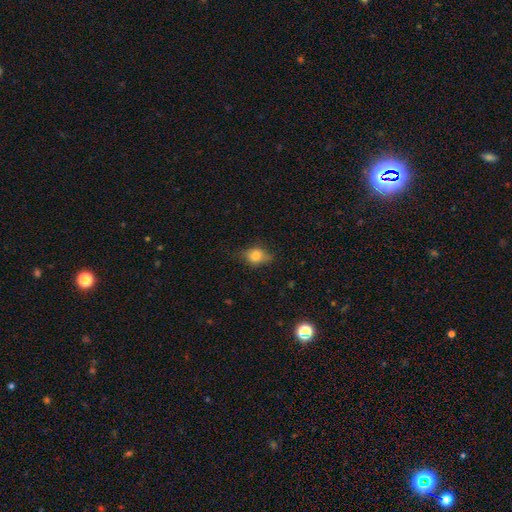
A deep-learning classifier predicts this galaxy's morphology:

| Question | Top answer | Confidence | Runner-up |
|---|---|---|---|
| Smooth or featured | smooth | 74% | featured or disk (16%) |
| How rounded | in between | 55% | round (42%) |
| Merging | none | 65% | minor disturbance (26%) |